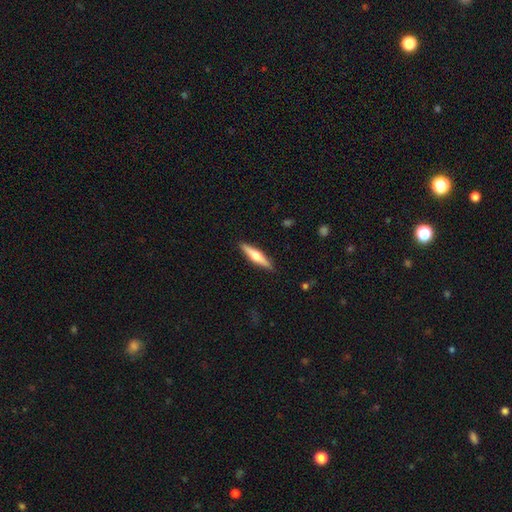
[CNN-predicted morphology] This is possibly a featured or disk galaxy (58%). It is clearly viewed edge-on (96%). Edge-on bulge: clearly rounded (92%). Merging: clearly none (90%).